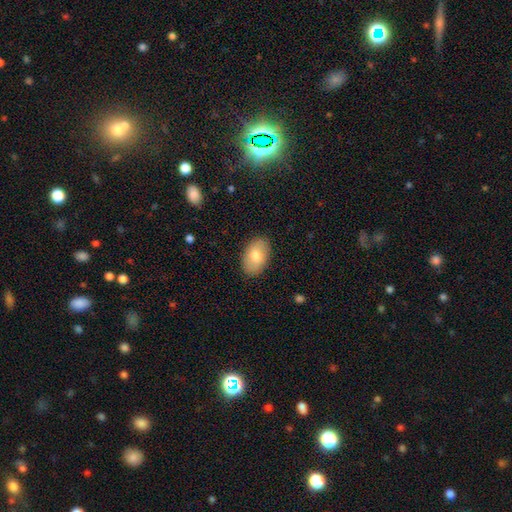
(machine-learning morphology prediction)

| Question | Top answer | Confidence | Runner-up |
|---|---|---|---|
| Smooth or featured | smooth | 76% | featured or disk (17%) |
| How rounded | in between | 91% | round (8%) |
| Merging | none | 88% | minor disturbance (9%) |